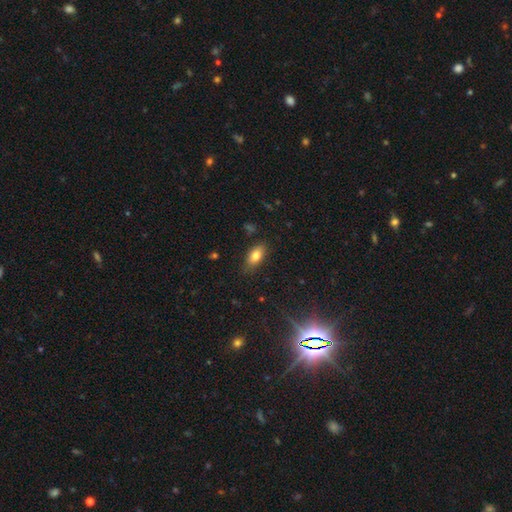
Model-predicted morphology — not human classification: smooth_or_featured: smooth (p=0.77) [alt: featured or disk p=0.14]
how_rounded: in between (p=0.86) [alt: cigar-shaped p=0.10]
merging: none (p=0.82) [alt: minor disturbance p=0.14]